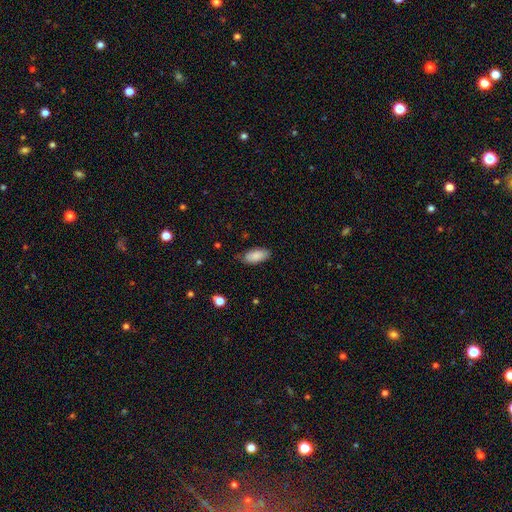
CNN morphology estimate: Q: Smooth or featured?
A: smooth (88%); runner-up: star or artifact (6%)
Q: How rounded?
A: in between (89%); runner-up: cigar-shaped (9%)
Q: Merging?
A: none (78%); runner-up: minor disturbance (18%)